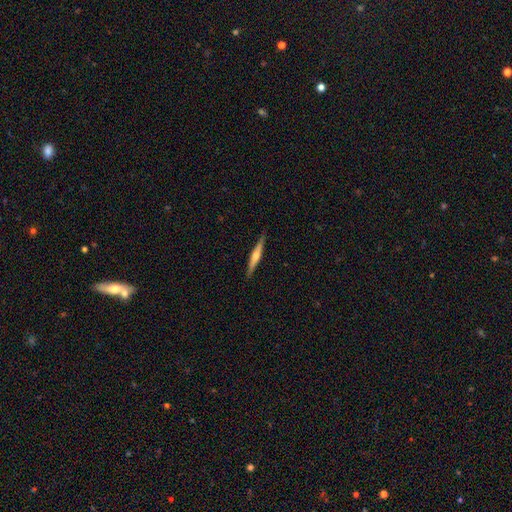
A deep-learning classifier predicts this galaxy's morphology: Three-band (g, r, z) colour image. It shows a featured or disk galaxy (64%) viewed edge-on (97%) with a rounded central bulge (82%). Merging: none (89%).